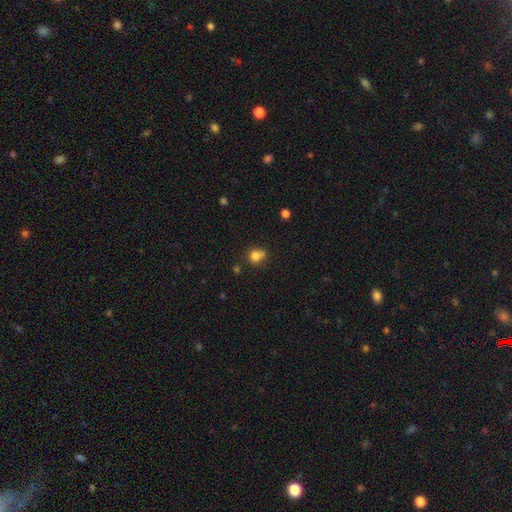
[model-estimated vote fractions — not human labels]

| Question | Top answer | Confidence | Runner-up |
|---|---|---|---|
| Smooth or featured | smooth | 79% | star or artifact (13%) |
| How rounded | round | 77% | in between (22%) |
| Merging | none | 53% | merger (22%) |